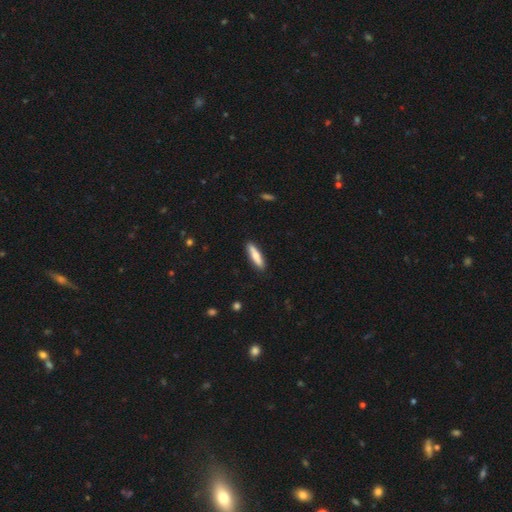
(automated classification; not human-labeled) The model was most divided on "smooth or featured": smooth: 68%, featured or disk: 27%, star or artifact: 5%. More confident: merging — none (88%); how rounded — cigar-shaped (77%).